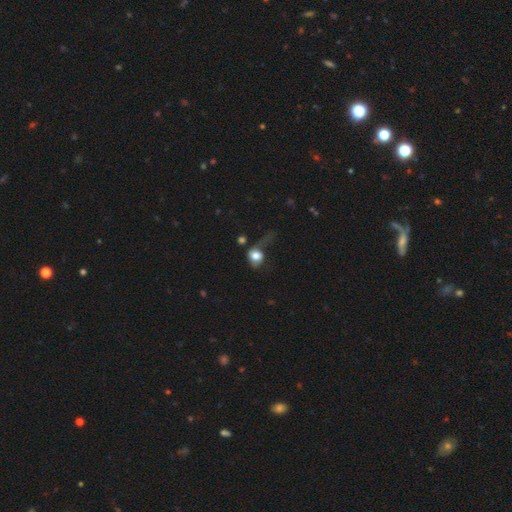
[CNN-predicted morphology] Smooth or featured: smooth — 70% (featured or disk — 20%)
How rounded: round — 62% (in between — 37%)
Merging: major disturbance — 52% (none — 21%)